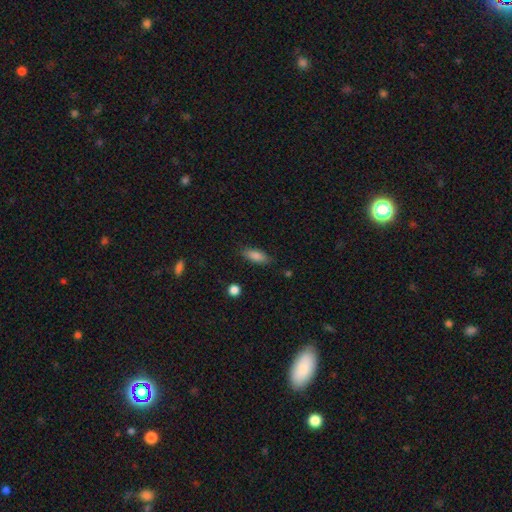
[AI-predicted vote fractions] Overall: smooth (85%). How rounded: in between (75%). Merging: none (84%).